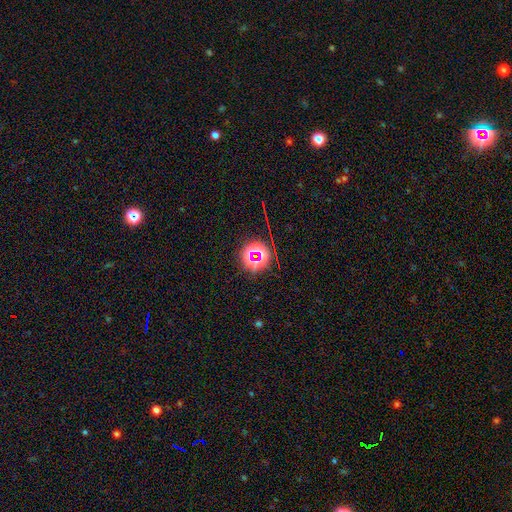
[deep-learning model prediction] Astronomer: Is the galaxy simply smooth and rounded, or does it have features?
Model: star or artifact — 65%.